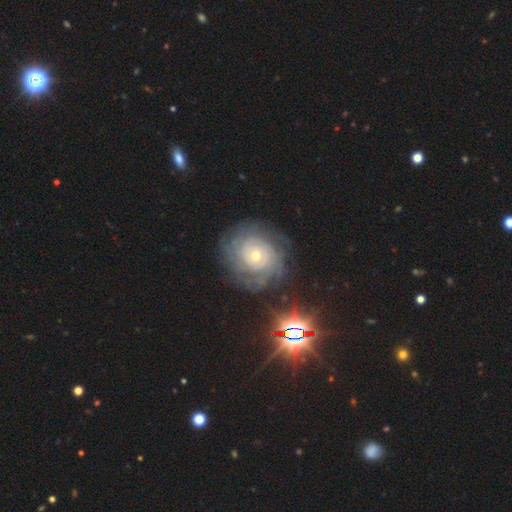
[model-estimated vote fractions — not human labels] smooth_or_featured: featured or disk (p=0.80) [alt: smooth p=0.11]
disk_edge_on: no (p=0.97) [alt: yes p=0.03]
bar: no (p=0.81) [alt: weak p=0.15]
has_spiral_arms: yes (p=0.92) [alt: no p=0.08]
spiral_winding: tight (p=0.80) [alt: medium p=0.16]
spiral_arm_count: can't tell (p=0.45) [alt: 3 p=0.13]
bulge_size: small (p=0.55) [alt: moderate p=0.40]
merging: none (p=0.75) [alt: minor disturbance p=0.14]